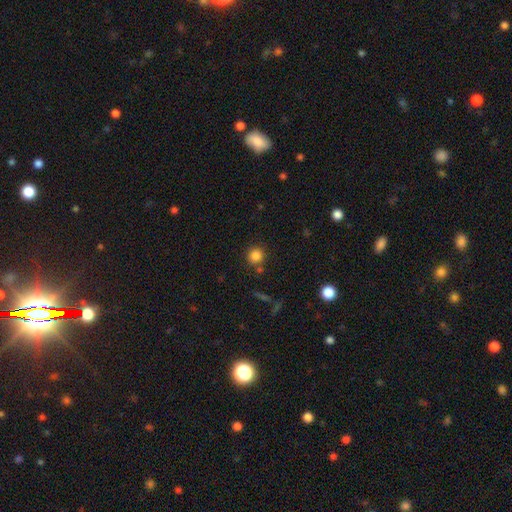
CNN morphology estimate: This appears to be a smooth galaxy with no disk features (84%) that is round (92%). Merging: none (81%).